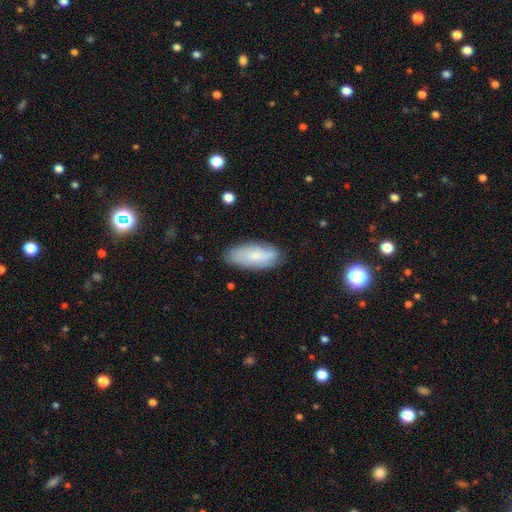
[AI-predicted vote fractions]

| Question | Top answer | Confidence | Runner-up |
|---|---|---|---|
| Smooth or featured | smooth | 69% | featured or disk (24%) |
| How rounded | in between | 82% | cigar-shaped (16%) |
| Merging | none | 78% | minor disturbance (17%) |